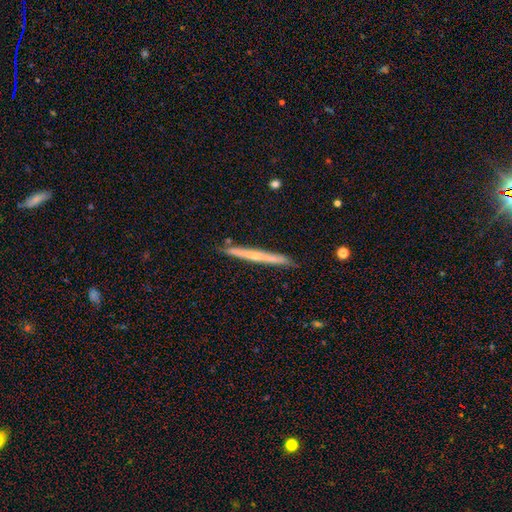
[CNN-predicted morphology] A featured or disk galaxy (54%) viewed edge-on (97%) with no central bulge (60%).

Vote fractions:
- Smooth or featured? featured or disk: 54% / smooth: 40% / star or artifact: 6%
- Edge-on disk? yes: 97% / no: 3%
- Edge-on bulge? none: 60% / rounded: 36% / boxy: 4%
- Merging? none: 90% / minor disturbance: 8% / merger: 1% / major disturbance: 1%